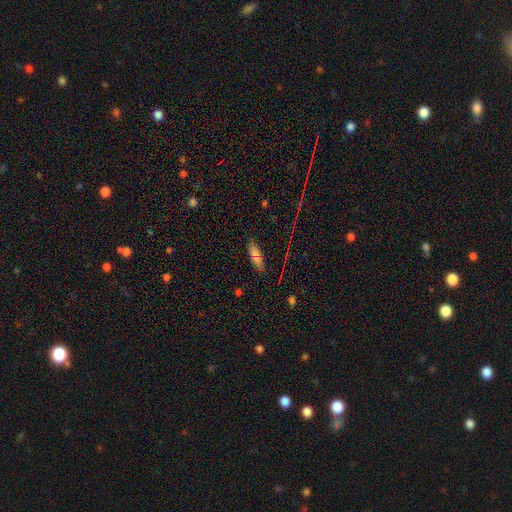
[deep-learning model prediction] Smooth or featured?
  - smooth: 69% *
  - featured or disk: 17%
  - star or artifact: 14%
How rounded?
  - cigar-shaped: 51% *
  - in between: 46%
  - round: 3%
Merging?
  - none: 84% *
  - minor disturbance: 11%
  - major disturbance: 3%
  - merger: 2%